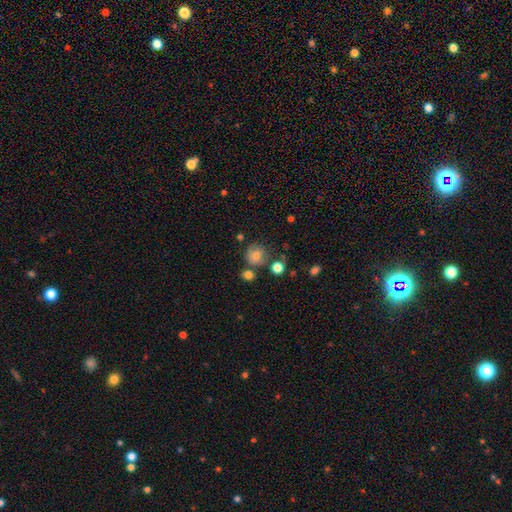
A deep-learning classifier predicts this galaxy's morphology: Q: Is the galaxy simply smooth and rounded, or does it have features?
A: smooth — 76%.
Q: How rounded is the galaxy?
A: round — 85%.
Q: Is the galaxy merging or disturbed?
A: none — 65%.